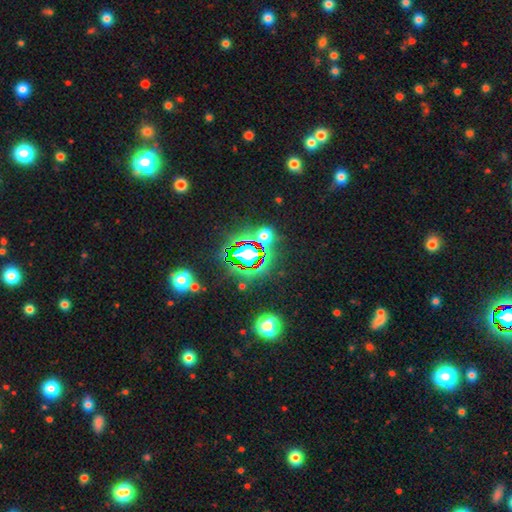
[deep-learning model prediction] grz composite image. It shows a star or artifact, not a galaxy (78%).